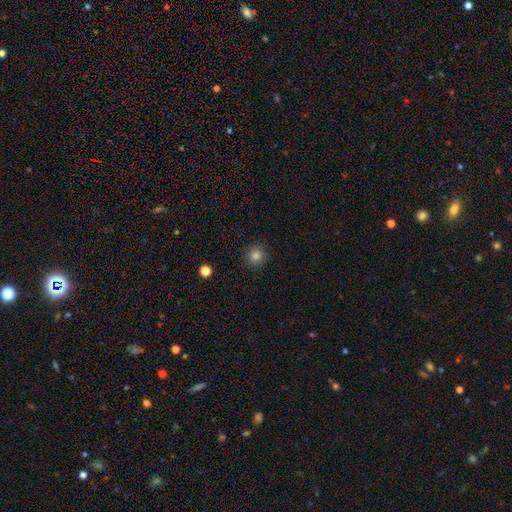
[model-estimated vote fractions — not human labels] Smooth or featured? smooth (83%)
How rounded? round (92%)
Merging? none (90%)